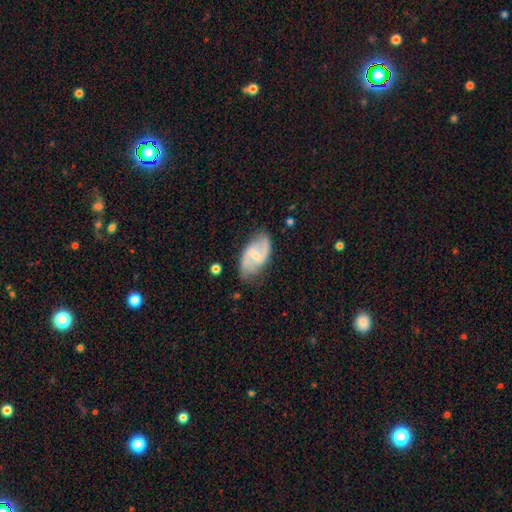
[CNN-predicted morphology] Q: Smooth or featured?
A: featured or disk (80%); runner-up: smooth (15%)
Q: Edge-on disk?
A: no (96%); runner-up: yes (4%)
Q: Bar?
A: weak (53%); runner-up: strong (28%)
Q: Spiral arms?
A: yes (93%); runner-up: no (7%)
Q: Spiral winding?
A: loose (46%); runner-up: medium (41%)
Q: Spiral arm count?
A: 2 (89%); runner-up: can't tell (5%)
Q: Bulge size?
A: small (66%); runner-up: moderate (25%)
Q: Merging?
A: none (74%); runner-up: minor disturbance (19%)